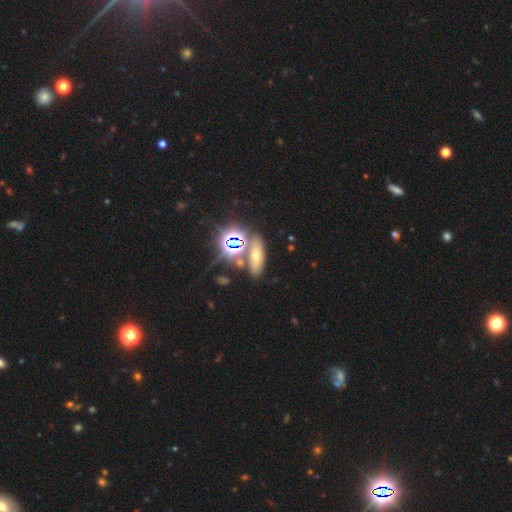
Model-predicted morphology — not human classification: This is marginally a smooth galaxy (43%). Merging: likely none (70%).